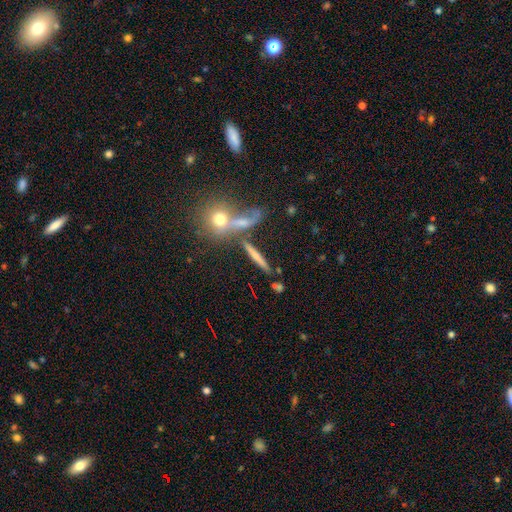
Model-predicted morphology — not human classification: This is possibly a smooth galaxy (54%). How rounded: clearly cigar-shaped (82%). Merging: likely none (66%).